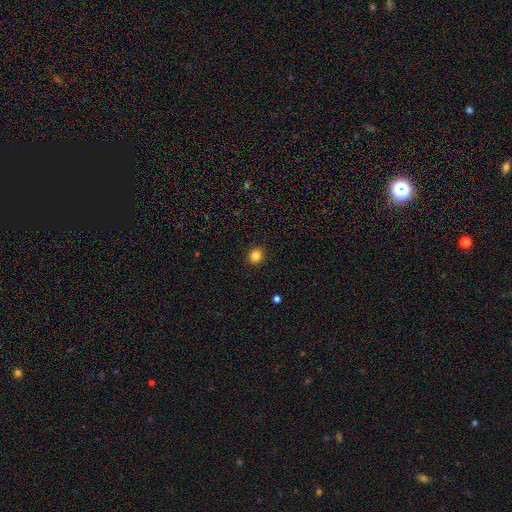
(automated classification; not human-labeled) The model was most divided on "how rounded": round: 84%, in between: 15%, cigar-shaped: 1%. More confident: merging — none (92%); smooth or featured — smooth (85%).